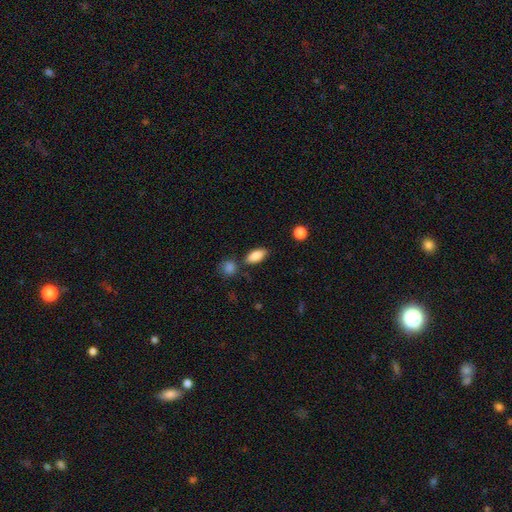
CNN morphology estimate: smooth 86%, featured or disk 7%, star or artifact 7%. Down the decision tree: how rounded — in between (89%); merging — none (77%).